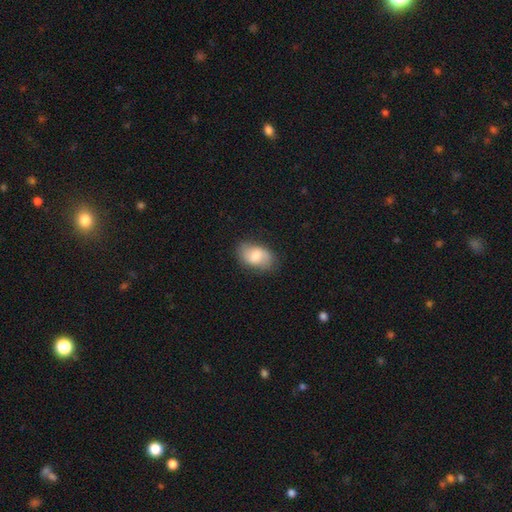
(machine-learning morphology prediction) Smooth or featured?
  - smooth: 67% *
  - featured or disk: 26%
  - star or artifact: 7%
How rounded?
  - in between: 89% *
  - round: 9%
  - cigar-shaped: 1%
Merging?
  - none: 79% *
  - minor disturbance: 16%
  - major disturbance: 4%
  - merger: 1%